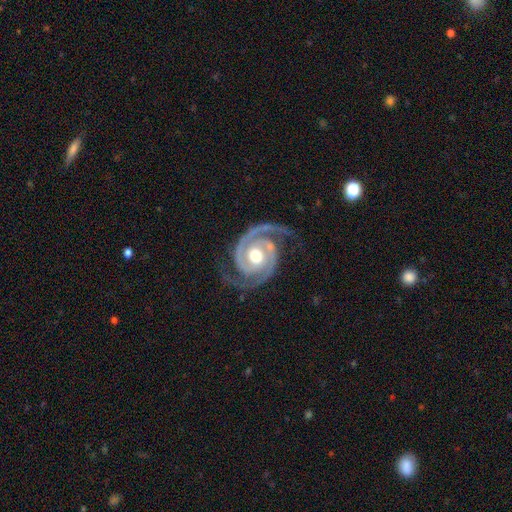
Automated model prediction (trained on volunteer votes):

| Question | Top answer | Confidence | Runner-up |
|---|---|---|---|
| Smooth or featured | featured or disk | 95% | star or artifact (3%) |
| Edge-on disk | no | 98% | yes (2%) |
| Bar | no | 66% | weak (23%) |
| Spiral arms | yes | 99% | no (1%) |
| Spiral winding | tight | 52% | medium (42%) |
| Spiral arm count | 2 | 94% | 3 (2%) |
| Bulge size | moderate | 76% | large (12%) |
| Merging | none | 79% | minor disturbance (14%) |